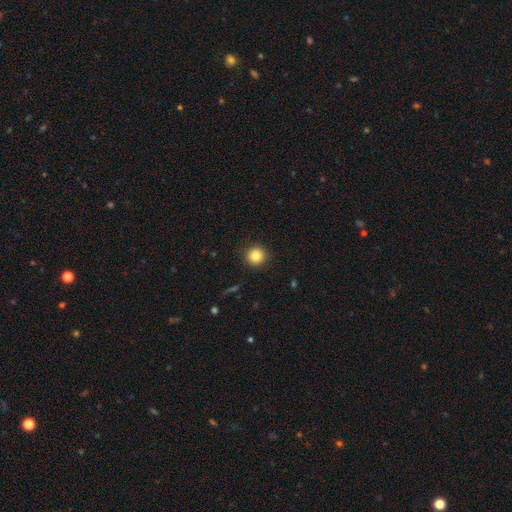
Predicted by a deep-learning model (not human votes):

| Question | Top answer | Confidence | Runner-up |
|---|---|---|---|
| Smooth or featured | smooth | 84% | star or artifact (11%) |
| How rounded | round | 94% | in between (5%) |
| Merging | none | 91% | minor disturbance (6%) |